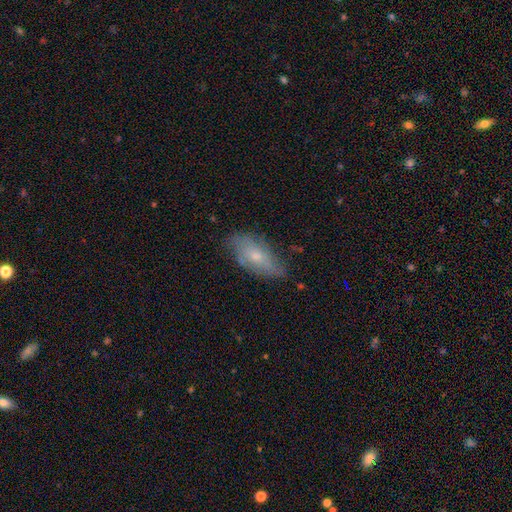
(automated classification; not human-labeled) Smooth or featured? Predicted: featured or disk (p=0.46, tied with smooth). Merging? Predicted: none (p=0.67).